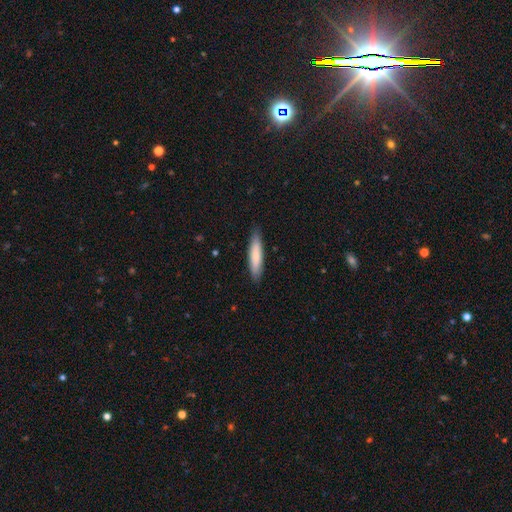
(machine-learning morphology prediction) Smooth or featured?
  - smooth: 76% *
  - featured or disk: 18%
  - star or artifact: 5%
How rounded?
  - cigar-shaped: 82% *
  - in between: 17%
  - round: 1%
Merging?
  - none: 87% *
  - minor disturbance: 10%
  - major disturbance: 2%
  - merger: 1%